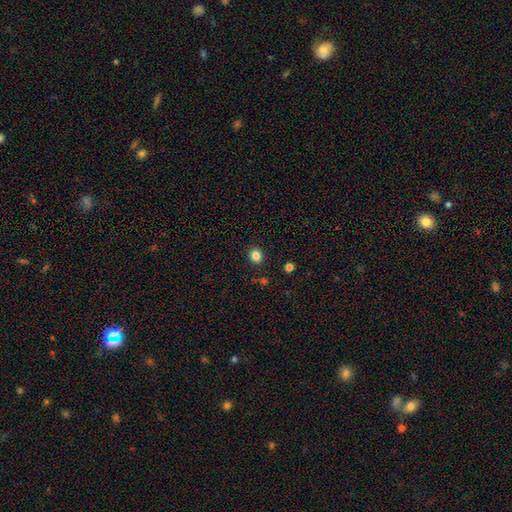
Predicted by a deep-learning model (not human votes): Smooth or featured? Predicted: smooth (p=0.83). How rounded? Predicted: round (p=0.80). Merging? Predicted: none (p=0.89).